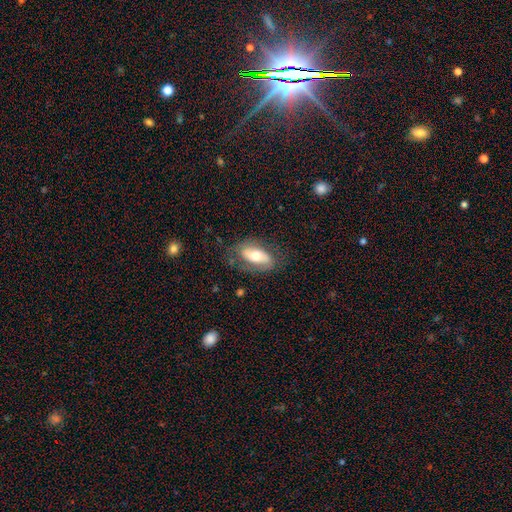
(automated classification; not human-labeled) Smooth or featured: smooth — 50% (featured or disk — 44%)
Merging: none — 72% (minor disturbance — 19%)